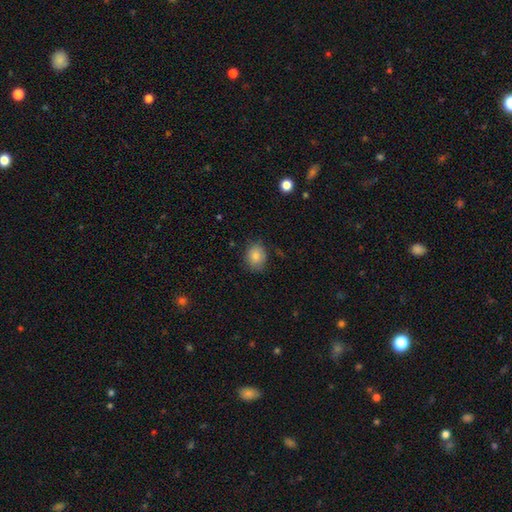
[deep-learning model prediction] The model was most divided on "how rounded": round: 50%, in between: 49%, cigar-shaped: 1%. More confident: smooth or featured — smooth (83%); merging — none (78%).